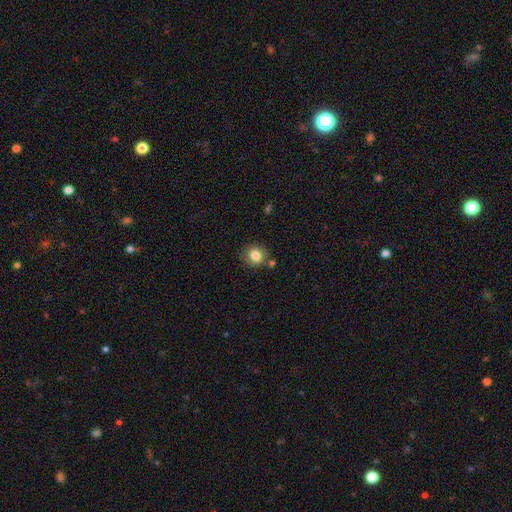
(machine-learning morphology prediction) This is clearly a smooth galaxy (83%). How rounded: likely round (77%). Merging: likely none (77%).